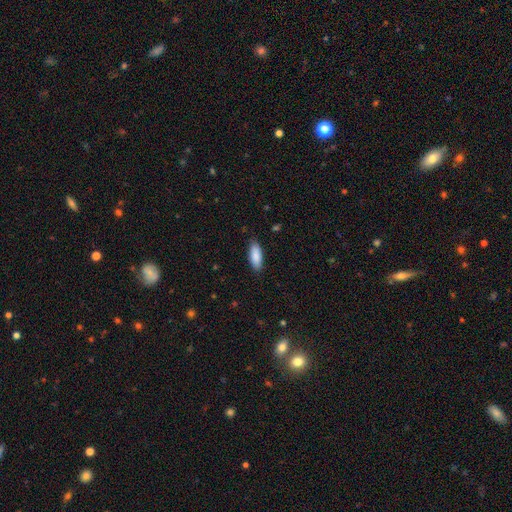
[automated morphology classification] Smooth or featured? Predicted: smooth (p=0.89). How rounded? Predicted: in between (p=0.76). Merging? Predicted: none (p=0.87).